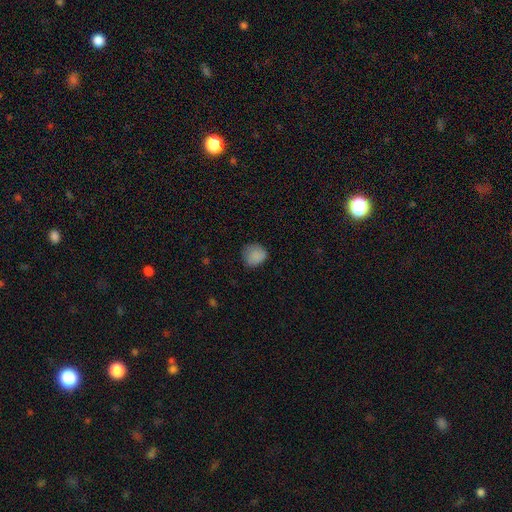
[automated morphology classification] smooth_or_featured: smooth (p=0.86) [alt: star or artifact p=0.09]
how_rounded: round (p=0.82) [alt: in between p=0.17]
merging: none (p=0.72) [alt: minor disturbance p=0.22]